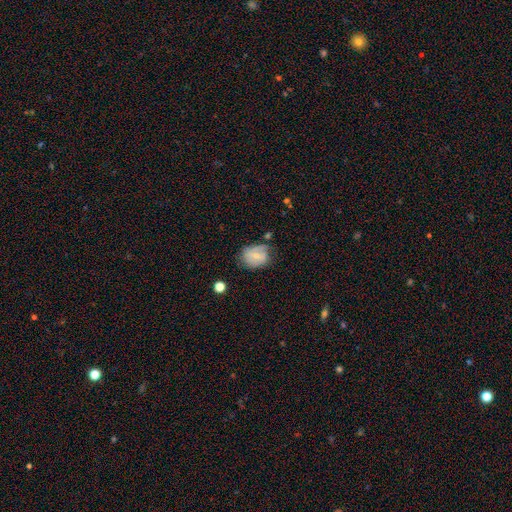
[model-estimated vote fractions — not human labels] Morphology: type=smooth (52%); roundness=in between (57%); merging=none (50%).